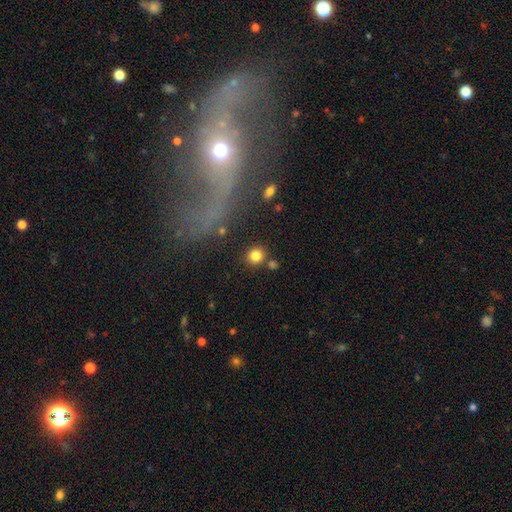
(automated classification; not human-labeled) Smooth or featured?
  - smooth: 82% *
  - star or artifact: 12%
  - featured or disk: 6%
How rounded?
  - round: 92% *
  - in between: 7%
  - cigar-shaped: 1%
Merging?
  - none: 84% *
  - minor disturbance: 7%
  - merger: 6%
  - major disturbance: 3%